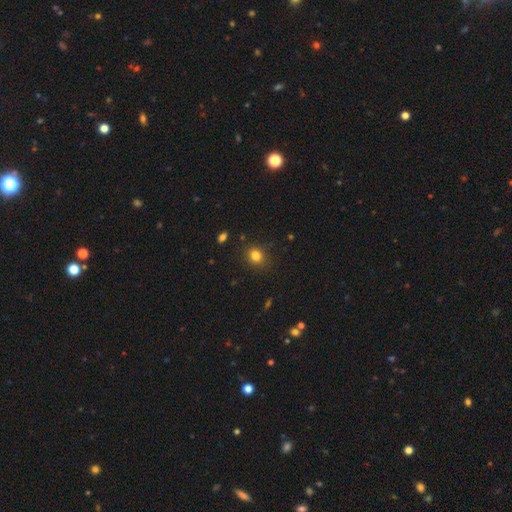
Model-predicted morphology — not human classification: The model was most divided on "how rounded": round: 78%, in between: 22%, cigar-shaped: 1%. More confident: merging — none (87%); smooth or featured — smooth (81%).